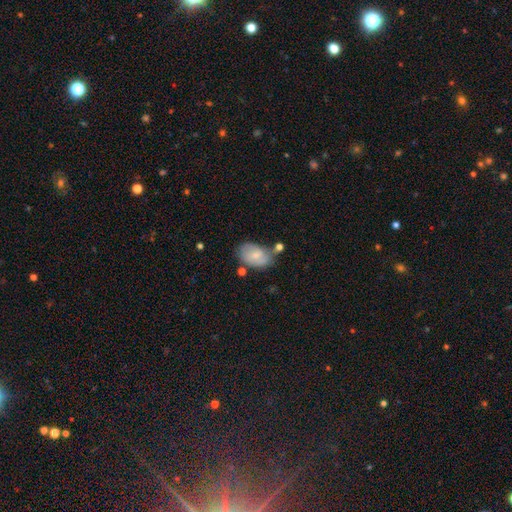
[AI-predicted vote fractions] Overall: smooth (64%; featured or disk 29%). How rounded: in between (86%). Merging: none (46%; minor disturbance 29%).